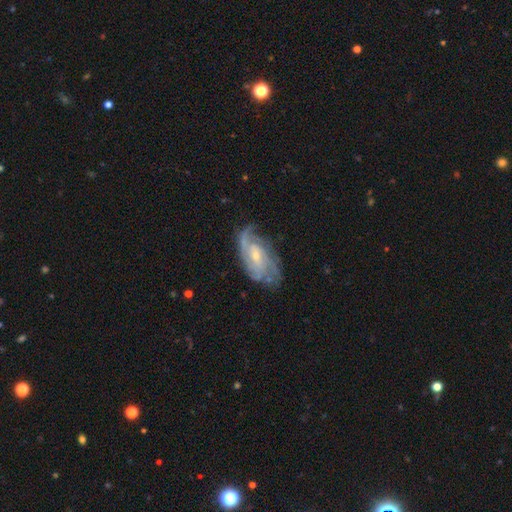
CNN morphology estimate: A featured or disk galaxy (84%) with no bar (52%), 2 (32%) tight (46%) spiral arms (95%) and a small central bulge (63%). Merging: none (67%).